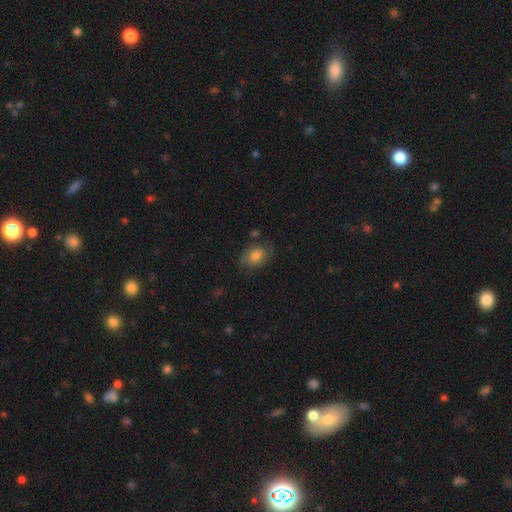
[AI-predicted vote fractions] Smooth or featured?
  - smooth: 72% *
  - featured or disk: 19%
  - star or artifact: 9%
How rounded?
  - in between: 72% *
  - round: 26%
  - cigar-shaped: 1%
Merging?
  - none: 65% *
  - minor disturbance: 24%
  - major disturbance: 8%
  - merger: 3%